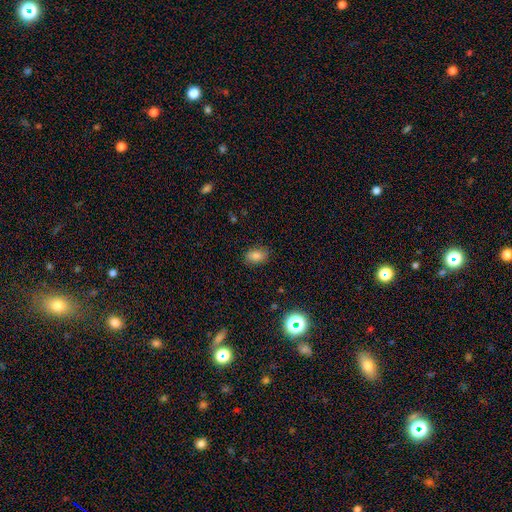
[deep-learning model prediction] Morphology: type=smooth (81%); roundness=in between (83%); merging=none (85%).